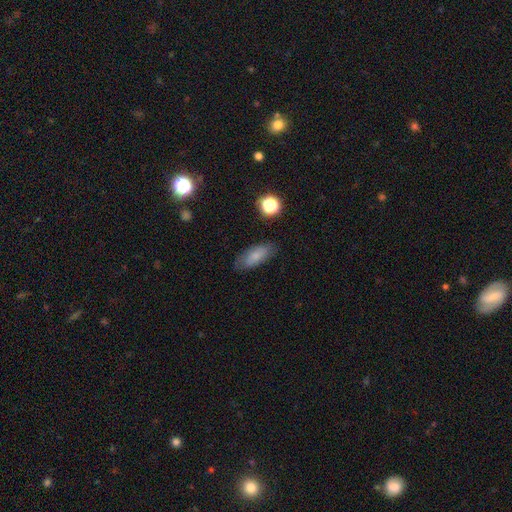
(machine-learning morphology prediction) smooth 76%, featured or disk 15%, star or artifact 9%. Down the decision tree: how rounded — in between (79%); merging — none (80%).